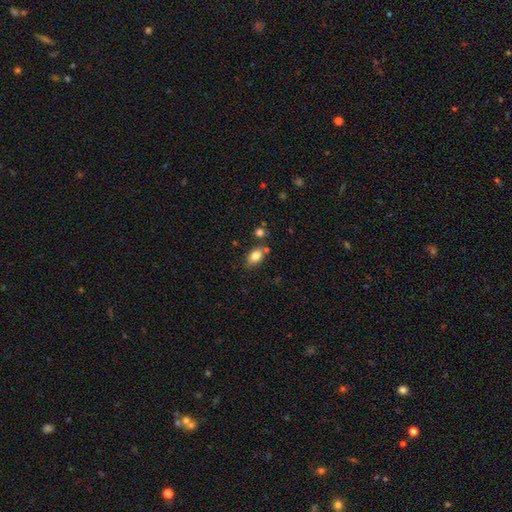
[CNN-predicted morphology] smooth 79%, featured or disk 12%, star or artifact 9%. Down the decision tree: how rounded — in between (84%); merging — none (67%).